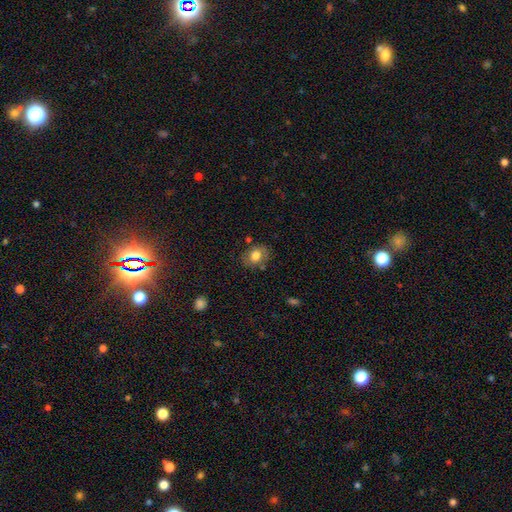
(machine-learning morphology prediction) Q: Smooth or featured?
A: smooth (75%); runner-up: featured or disk (17%)
Q: How rounded?
A: in between (60%); runner-up: round (39%)
Q: Merging?
A: none (73%); runner-up: minor disturbance (18%)